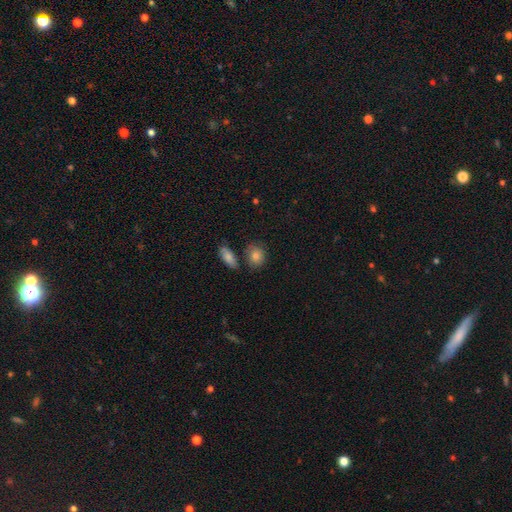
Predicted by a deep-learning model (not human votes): This is clearly a smooth galaxy (81%). How rounded: possibly round (55%). Merging: likely none (67%).